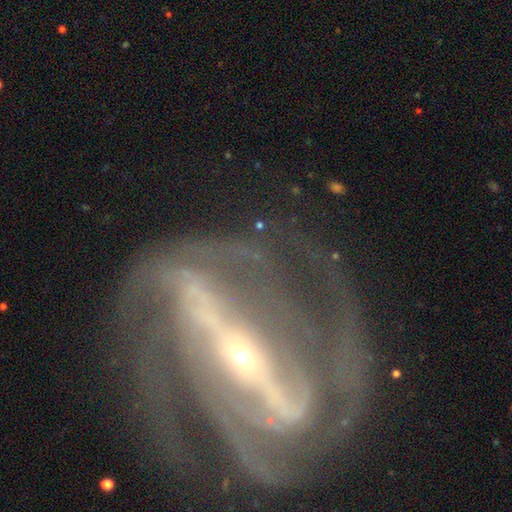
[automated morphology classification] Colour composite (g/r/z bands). It shows a featured or disk galaxy (90%) with a strong bar (83%), 2 (51%) tight (43%) spiral arms (93%) and a small central bulge (84%). Merging: none (62%).